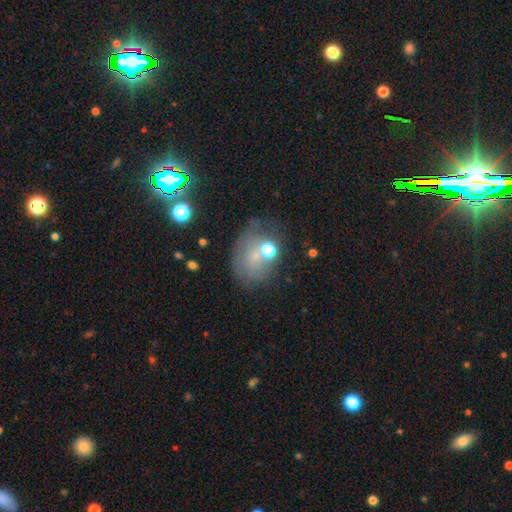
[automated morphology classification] A smooth galaxy with no disk features (53%) that is in between round and cigar-shaped (55%).

Vote fractions:
- Smooth or featured? smooth: 53% / featured or disk: 25% / star or artifact: 22%
- How rounded? in between: 55% / round: 43% / cigar-shaped: 1%
- Merging? none: 48% / minor disturbance: 22% / major disturbance: 17% / merger: 13%